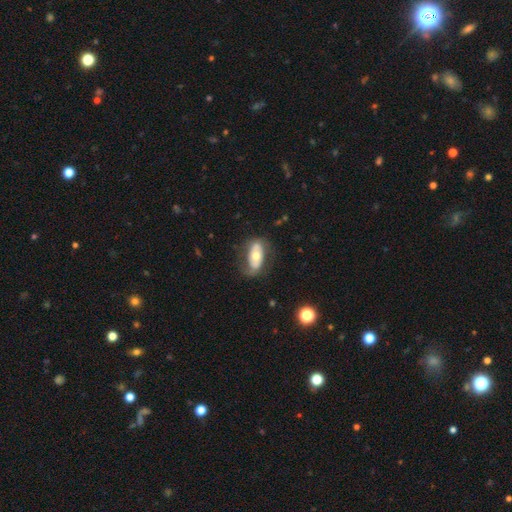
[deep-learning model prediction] This is possibly a featured or disk galaxy (50%). Merging: likely none (66%).